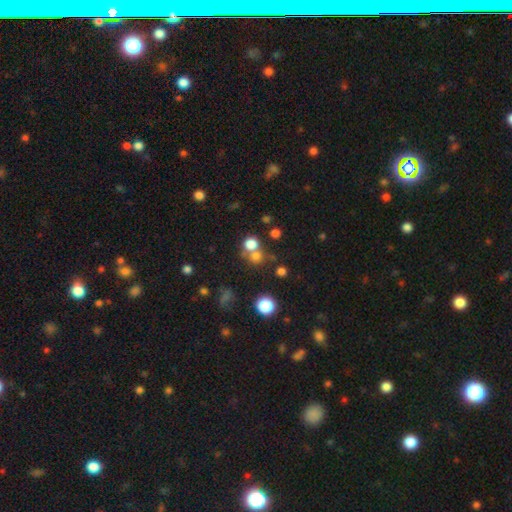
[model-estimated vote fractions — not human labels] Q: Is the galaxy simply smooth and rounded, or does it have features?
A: smooth — 73%.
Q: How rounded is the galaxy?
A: round — 87%.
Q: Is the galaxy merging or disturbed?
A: none — 56%.